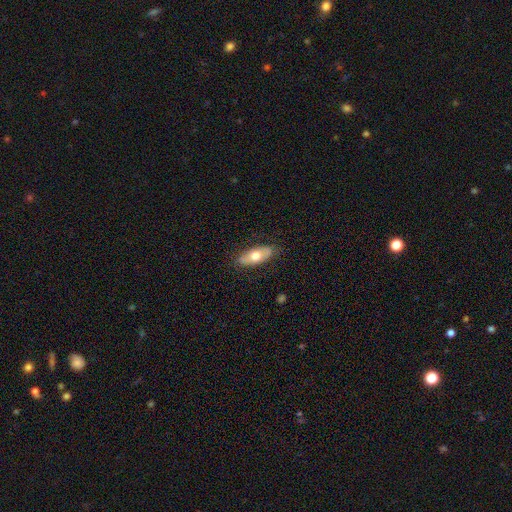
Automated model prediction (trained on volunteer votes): Smooth or featured? Predicted: smooth (p=0.62). How rounded? Predicted: in between (p=0.81). Merging? Predicted: none (p=0.85).